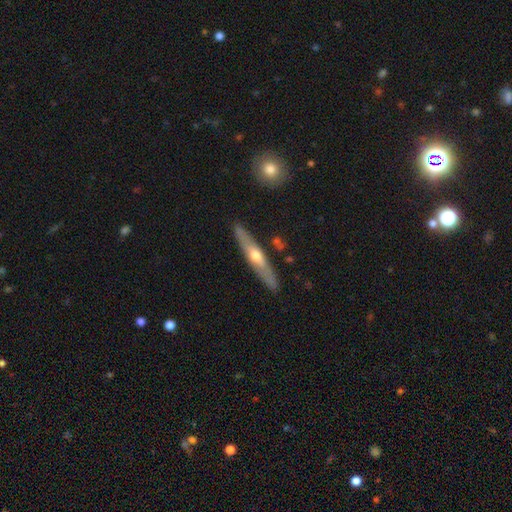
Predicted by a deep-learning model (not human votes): smooth_or_featured: featured or disk (p=0.62) [alt: smooth p=0.33]
disk_edge_on: yes (p=0.84) [alt: no p=0.16]
edge_on_bulge: rounded (p=0.85) [alt: none p=0.12]
merging: none (p=0.87) [alt: minor disturbance p=0.09]